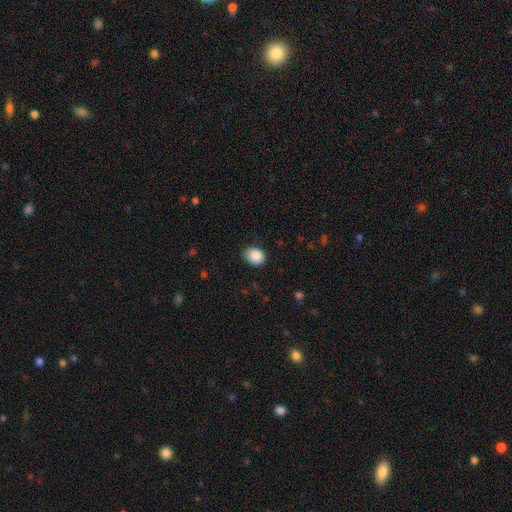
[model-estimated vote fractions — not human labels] This appears to be a smooth galaxy with no disk features (87%) that is in between round and cigar-shaped (56%). Merging: none (78%).